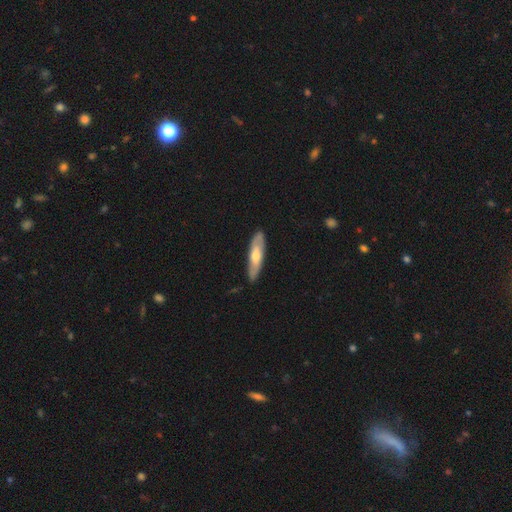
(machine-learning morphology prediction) This is possibly a smooth galaxy (48%). Merging: clearly none (84%).